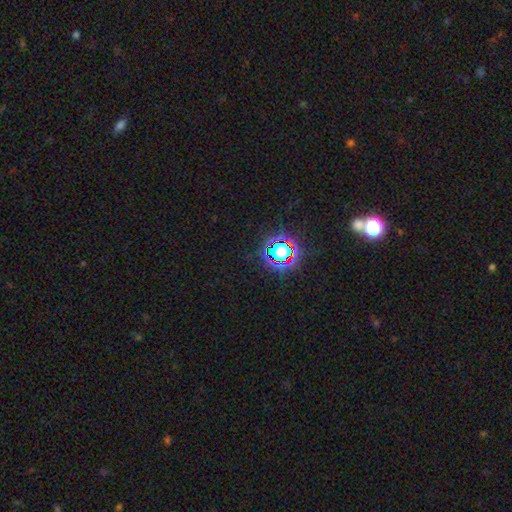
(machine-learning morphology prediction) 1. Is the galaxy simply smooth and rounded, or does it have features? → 79% star or artifact, 13% smooth, 8% featured or disk.